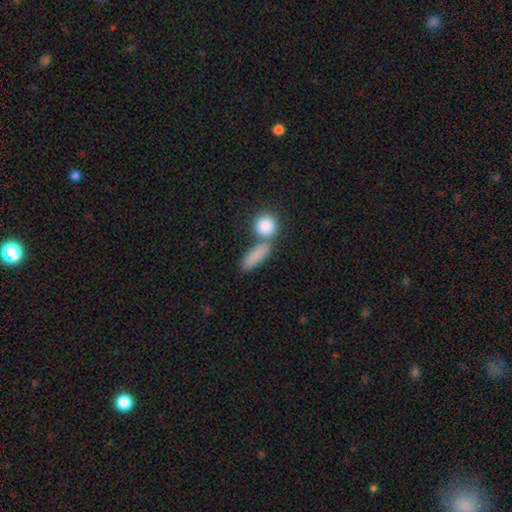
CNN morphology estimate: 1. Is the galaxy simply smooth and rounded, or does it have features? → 84% smooth, 8% featured or disk, 8% star or artifact.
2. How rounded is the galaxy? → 55% in between, 33% cigar-shaped, 12% round.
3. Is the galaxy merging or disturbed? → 57% none, 26% merger, 12% minor disturbance, 5% major disturbance.